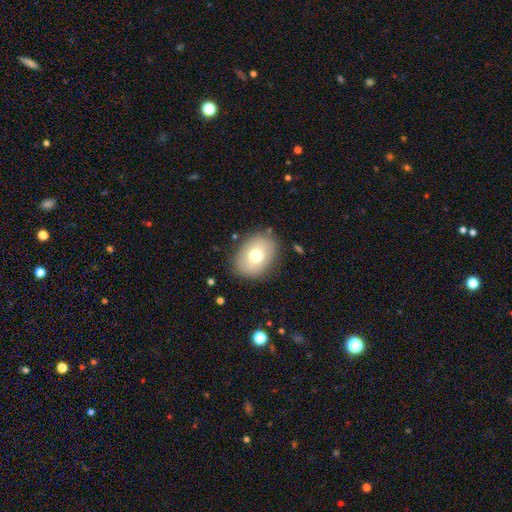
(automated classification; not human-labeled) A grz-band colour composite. It shows a smooth galaxy with no disk features (73%) that is in between round and cigar-shaped (71%). Merging: none (83%).